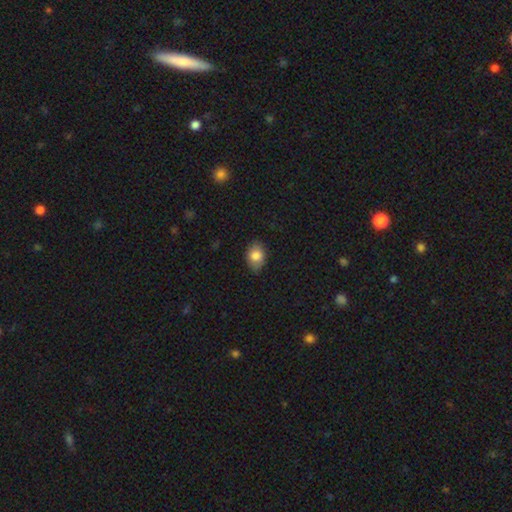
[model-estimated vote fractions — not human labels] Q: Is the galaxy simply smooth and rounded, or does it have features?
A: smooth — 82%.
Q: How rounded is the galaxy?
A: in between — 78%.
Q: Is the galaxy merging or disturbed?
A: none — 81%.